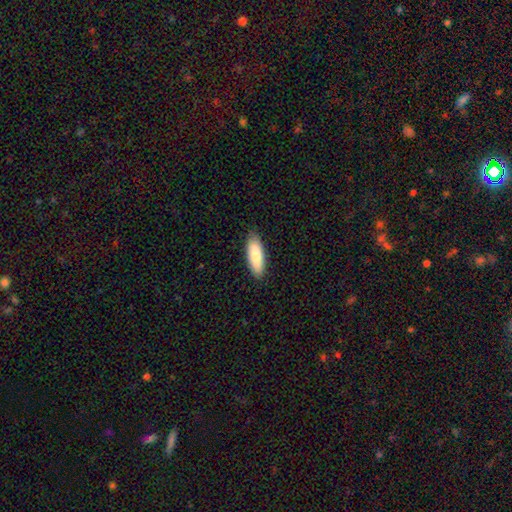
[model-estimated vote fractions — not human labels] Q: Smooth or featured?
A: smooth (83%); runner-up: featured or disk (11%)
Q: How rounded?
A: in between (66%); runner-up: cigar-shaped (32%)
Q: Merging?
A: none (86%); runner-up: minor disturbance (11%)